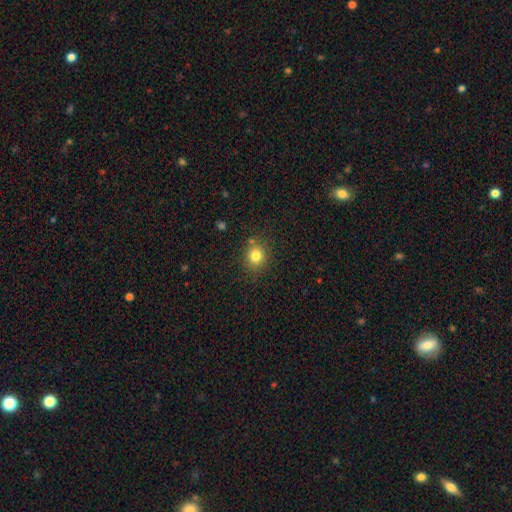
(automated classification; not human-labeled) Overall: smooth (81%). How rounded: round (81%). Merging: none (80%).